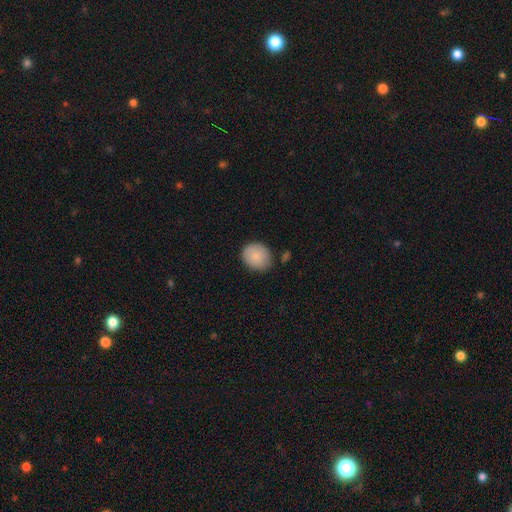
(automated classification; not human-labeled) Overall: smooth (86%). How rounded: round (67%; in between 32%). Merging: none (75%).